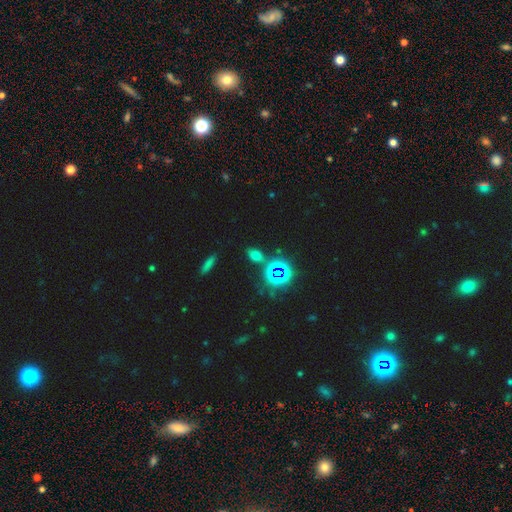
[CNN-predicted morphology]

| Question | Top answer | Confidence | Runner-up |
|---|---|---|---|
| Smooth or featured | smooth | 54% | star or artifact (36%) |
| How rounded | in between | 71% | round (23%) |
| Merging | none | 77% | minor disturbance (11%) |